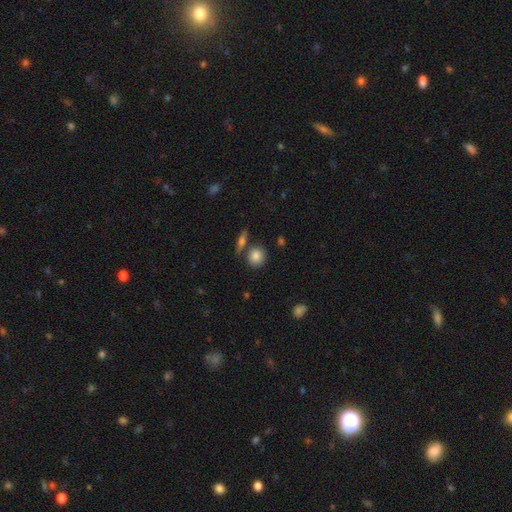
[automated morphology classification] Smooth or featured? smooth (83%)
How rounded? round (80%)
Merging? none (74%)